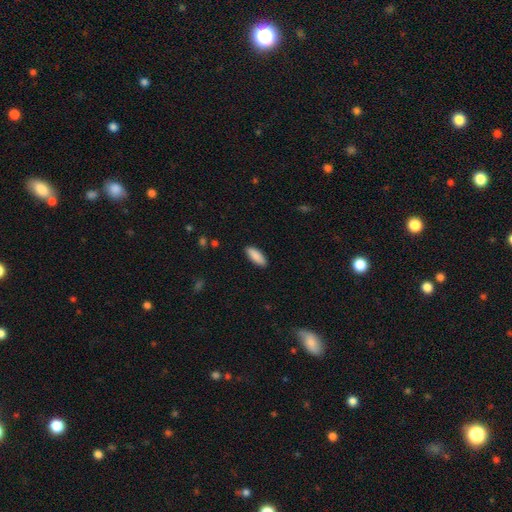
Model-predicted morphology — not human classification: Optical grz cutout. It shows a smooth galaxy with no disk features (89%) that is in between round and cigar-shaped (73%). Merging: none (89%).